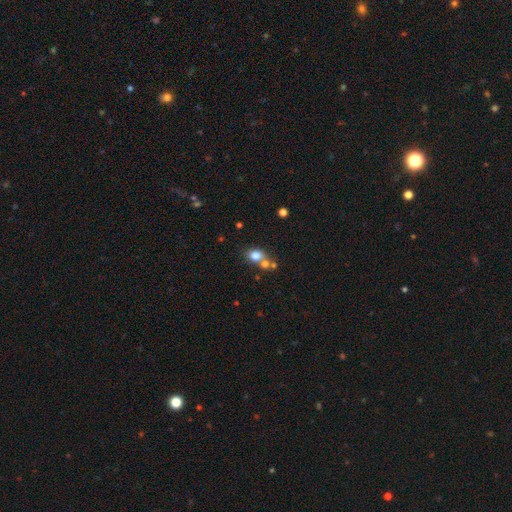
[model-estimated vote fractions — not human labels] smooth-or-featured: smooth: 76% | star or artifact: 12% | featured or disk: 11%
  how-rounded: round: 54% | in between: 44% | cigar-shaped: 1%
  merging: none: 46% | merger: 40% | minor disturbance: 10% | major disturbance: 5%